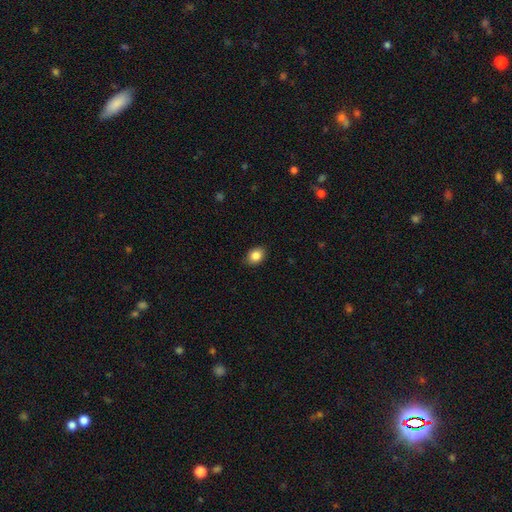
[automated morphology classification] Smooth or featured: smooth — 85% (star or artifact — 9%)
How rounded: in between — 65% (round — 34%)
Merging: none — 86% (minor disturbance — 11%)